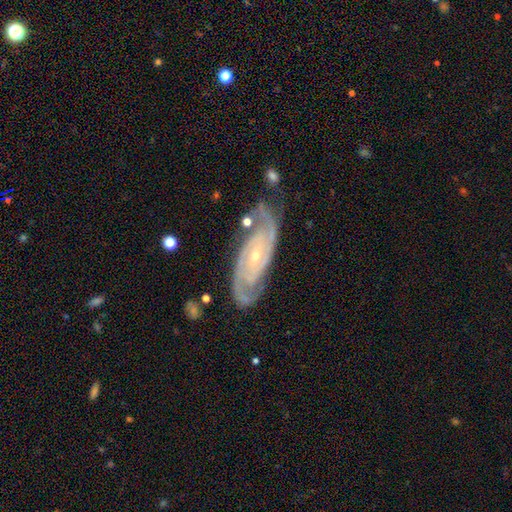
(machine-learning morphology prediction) A featured or disk galaxy (91%) with no bar (52%), 2 (81%) tight (66%) spiral arms (98%) and a small central bulge (71%). Merging: none (77%).